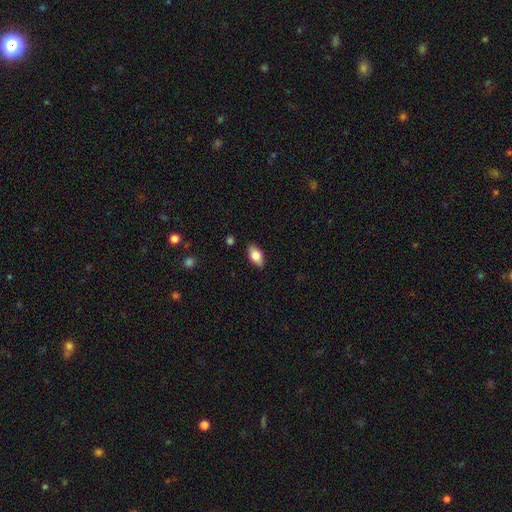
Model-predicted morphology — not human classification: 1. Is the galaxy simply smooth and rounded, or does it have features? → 80% smooth, 13% featured or disk, 7% star or artifact.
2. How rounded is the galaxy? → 90% in between, 5% cigar-shaped, 5% round.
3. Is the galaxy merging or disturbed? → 86% none, 10% minor disturbance, 2% major disturbance, 1% merger.